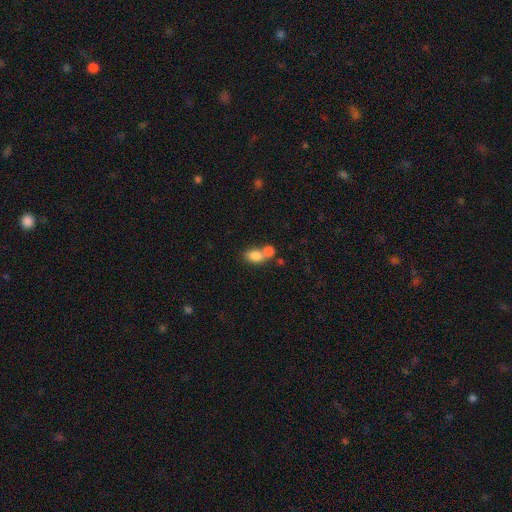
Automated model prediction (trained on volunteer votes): smooth_or_featured: smooth (p=0.82) [alt: featured or disk p=0.10]
how_rounded: in between (p=0.78) [alt: round p=0.20]
merging: merger (p=0.54) [alt: none p=0.33]